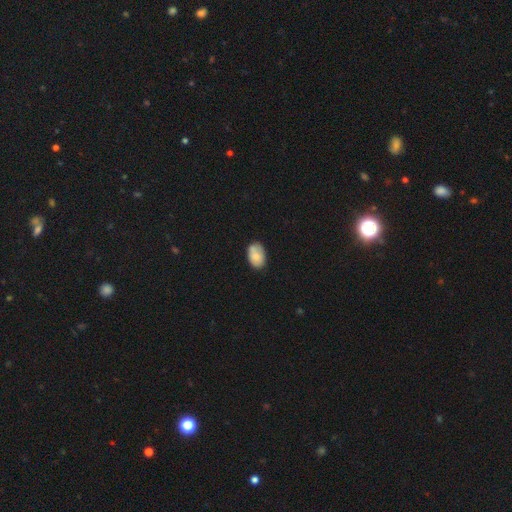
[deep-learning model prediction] Q: Smooth or featured?
A: smooth (78%); runner-up: featured or disk (15%)
Q: How rounded?
A: in between (89%); runner-up: round (10%)
Q: Merging?
A: none (72%); runner-up: minor disturbance (22%)